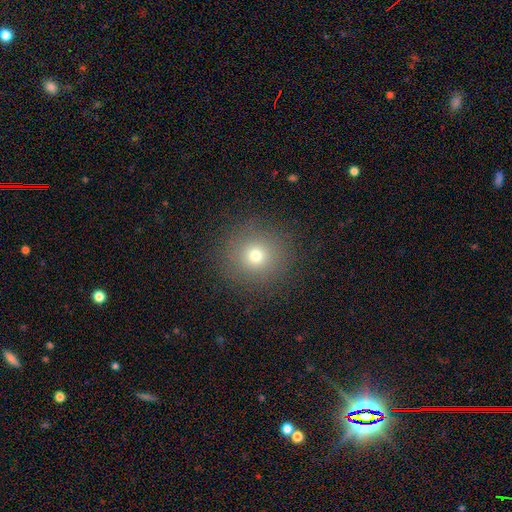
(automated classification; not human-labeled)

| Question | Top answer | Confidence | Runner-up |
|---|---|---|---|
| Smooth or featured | smooth | 72% | star or artifact (17%) |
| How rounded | round | 94% | in between (5%) |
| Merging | none | 89% | minor disturbance (6%) |